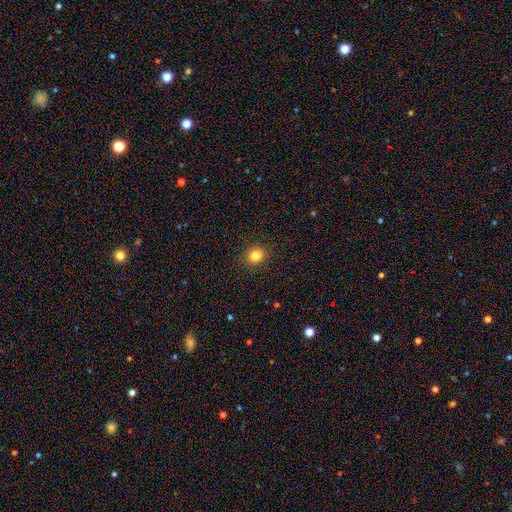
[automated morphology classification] Smooth or featured?
  - smooth: 83% *
  - star or artifact: 12%
  - featured or disk: 6%
How rounded?
  - round: 65% *
  - in between: 34%
  - cigar-shaped: 1%
Merging?
  - none: 90% *
  - minor disturbance: 7%
  - major disturbance: 2%
  - merger: 1%